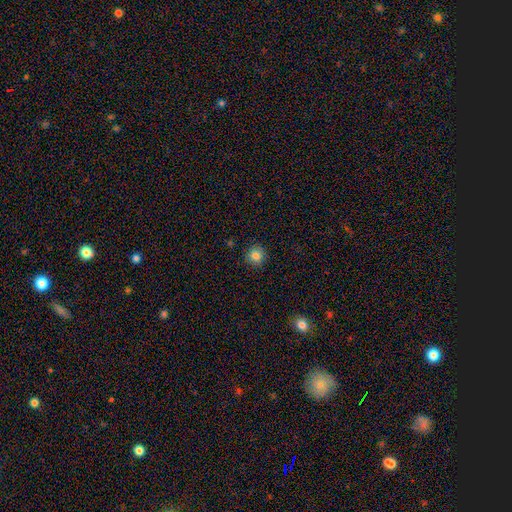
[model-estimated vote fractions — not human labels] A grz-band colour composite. It shows a smooth galaxy with no disk features (83%) that is round (93%). Merging: none (91%).